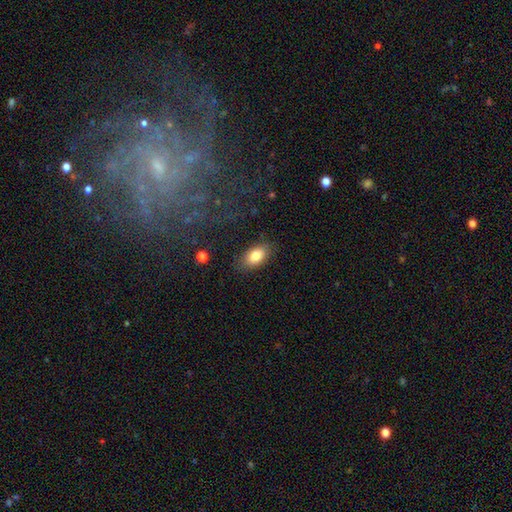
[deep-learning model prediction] smooth_or_featured: smooth (p=0.83) [alt: featured or disk p=0.10]
how_rounded: in between (p=0.92) [alt: round p=0.05]
merging: none (p=0.83) [alt: minor disturbance p=0.12]